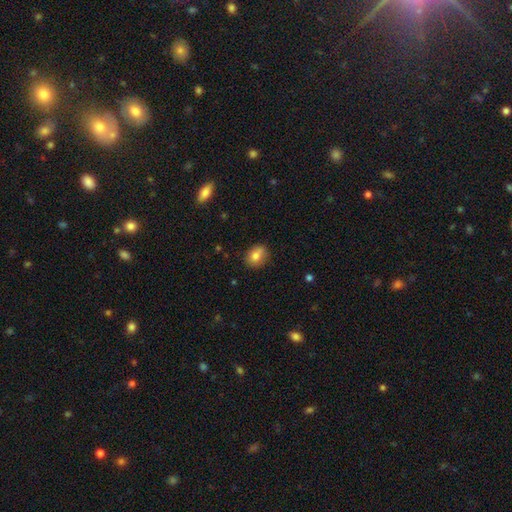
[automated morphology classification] The model was most divided on "how rounded": round: 57%, in between: 41%, cigar-shaped: 1%. More confident: smooth or featured — smooth (76%); merging — none (71%).